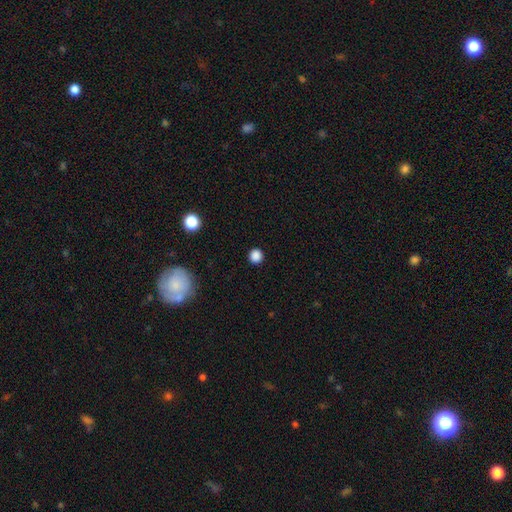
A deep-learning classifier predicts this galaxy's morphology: type=smooth (86%); roundness=round (93%); merging=none (92%).